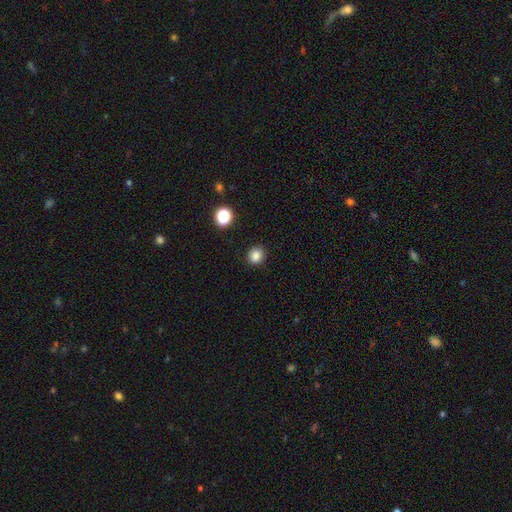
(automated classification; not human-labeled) A smooth galaxy with no disk features (84%) that is round (86%).

Vote fractions:
- Smooth or featured? smooth: 84% / star or artifact: 12% / featured or disk: 3%
- How rounded? round: 86% / in between: 13% / cigar-shaped: 1%
- Merging? none: 90% / minor disturbance: 6% / major disturbance: 2% / merger: 1%